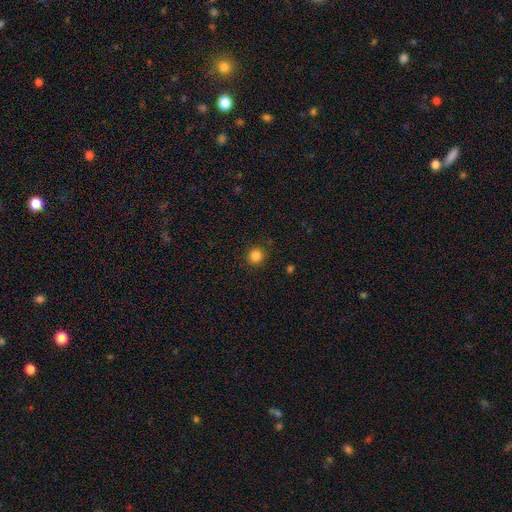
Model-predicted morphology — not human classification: This appears to be a smooth galaxy with no disk features (85%) that is round (91%). Merging: none (89%).